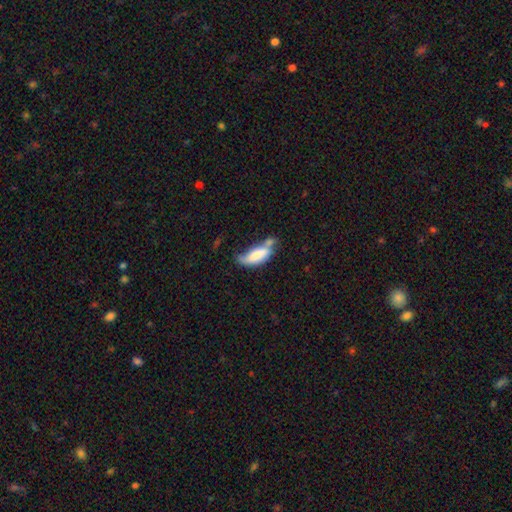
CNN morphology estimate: This appears to be a smooth galaxy with no disk features (68%) that is in between round and cigar-shaped (71%). Merging: merger (29%).